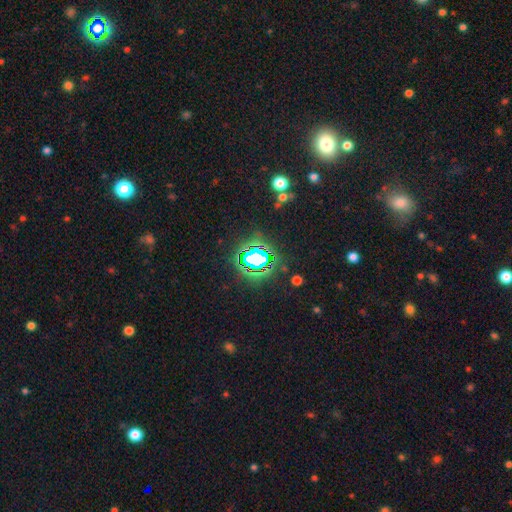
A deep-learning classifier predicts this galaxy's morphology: A star or artifact, not a galaxy (81%).